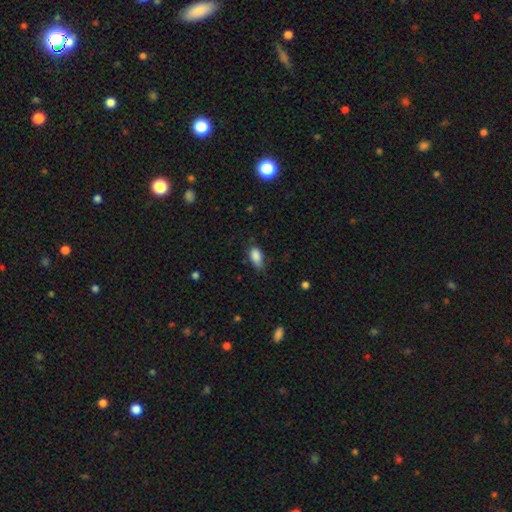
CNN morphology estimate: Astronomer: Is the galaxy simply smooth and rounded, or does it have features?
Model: smooth — 86%.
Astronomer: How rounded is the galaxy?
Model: in between — 90%.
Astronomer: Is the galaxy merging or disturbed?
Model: none — 59%.